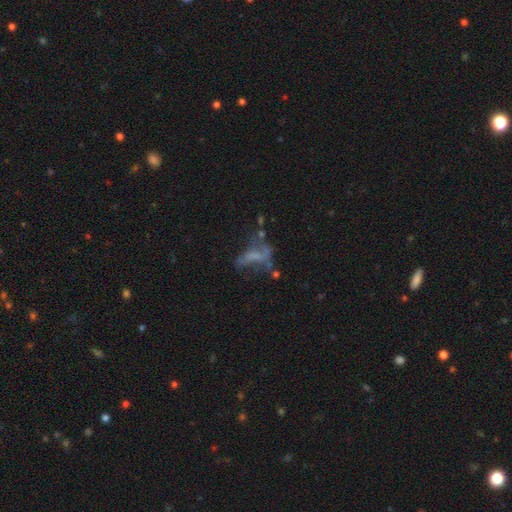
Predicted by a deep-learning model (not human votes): A featured or disk galaxy (49%).

Vote fractions:
- Smooth or featured? featured or disk: 49% / smooth: 31% / star or artifact: 20%
- Merging? major disturbance: 37% / none: 31% / minor disturbance: 17% / merger: 16%